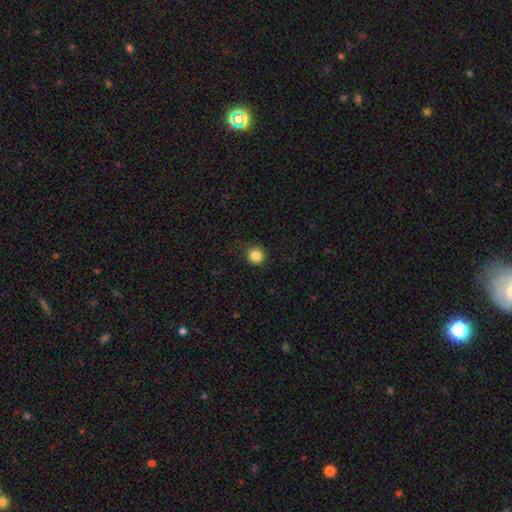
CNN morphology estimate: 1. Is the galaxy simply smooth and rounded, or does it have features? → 86% smooth, 11% star or artifact, 4% featured or disk.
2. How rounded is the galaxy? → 94% round, 5% in between, 1% cigar-shaped.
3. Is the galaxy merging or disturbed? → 87% none, 9% minor disturbance, 3% major disturbance, 1% merger.